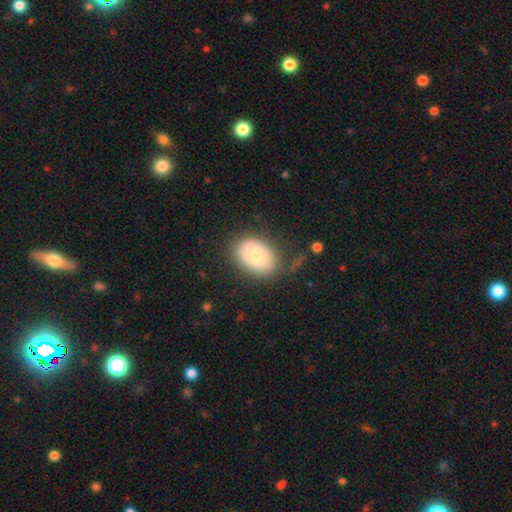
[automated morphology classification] A smooth galaxy with no disk features (77%) that is in between round and cigar-shaped (80%). Merging: none (73%).